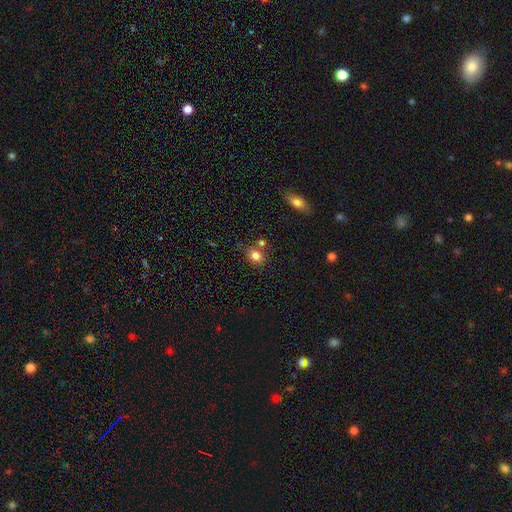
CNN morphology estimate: This appears to be a smooth galaxy with no disk features (80%) that is round (69%). Merging: none (66%).